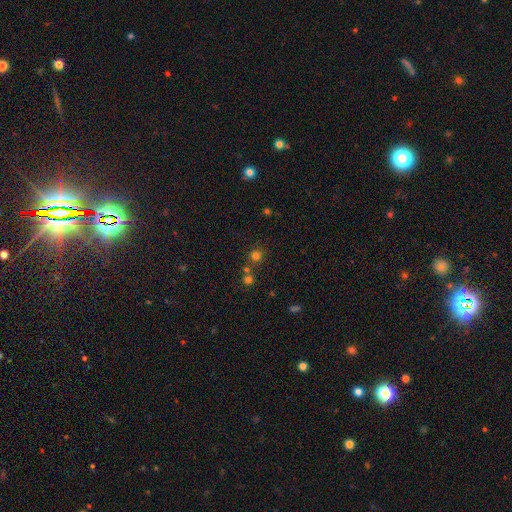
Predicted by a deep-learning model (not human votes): This appears to be a smooth galaxy with no disk features (69%) that is round (90%). Merging: none (71%).